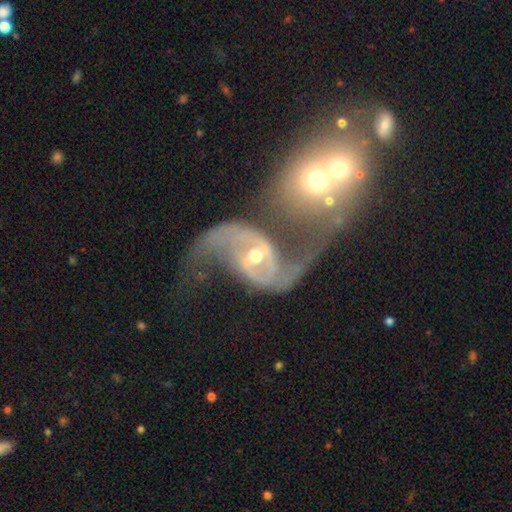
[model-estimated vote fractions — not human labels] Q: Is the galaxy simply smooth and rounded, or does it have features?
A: featured or disk — 87%.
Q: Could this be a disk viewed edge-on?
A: no — 97%.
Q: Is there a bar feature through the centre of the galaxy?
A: no — 47%.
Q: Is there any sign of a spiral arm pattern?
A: yes — 95%.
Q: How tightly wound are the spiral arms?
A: medium — 45%.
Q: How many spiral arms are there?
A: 2 — 79%.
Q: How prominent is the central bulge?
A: moderate — 45%.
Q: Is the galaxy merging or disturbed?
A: merger — 75%.